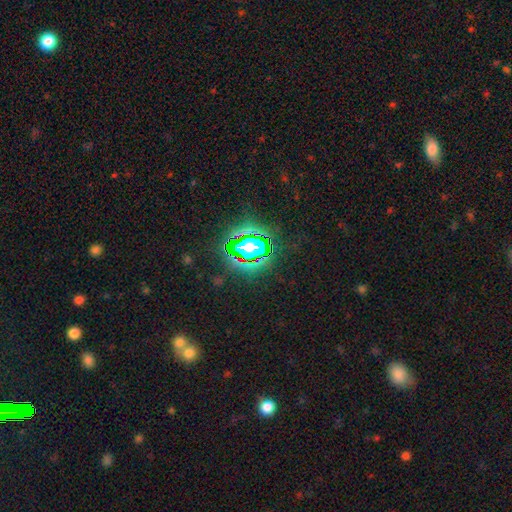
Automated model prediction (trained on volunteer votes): This is likely a star or artifact rather than a galaxy (78%).